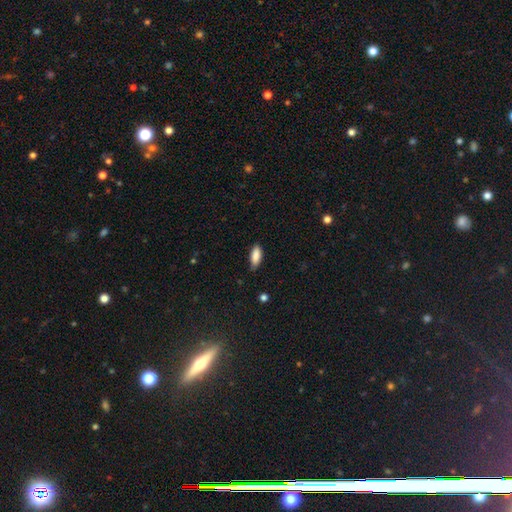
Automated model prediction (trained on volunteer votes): Smooth or featured?
  - smooth: 86% *
  - featured or disk: 7%
  - star or artifact: 7%
How rounded?
  - in between: 75% *
  - cigar-shaped: 23%
  - round: 2%
Merging?
  - none: 75% *
  - minor disturbance: 21%
  - major disturbance: 3%
  - merger: 1%